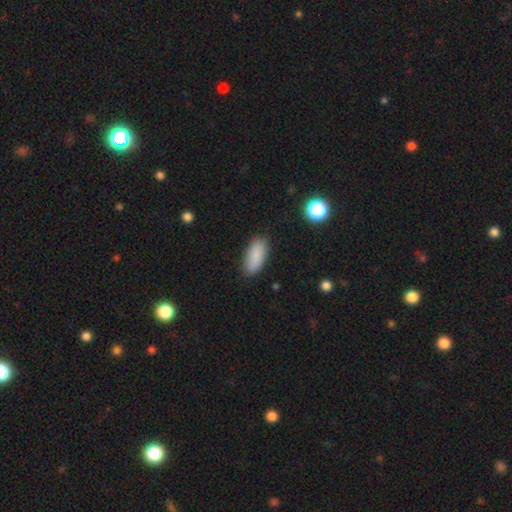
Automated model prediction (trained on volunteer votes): smooth_or_featured: smooth (p=0.88) [alt: star or artifact p=0.07]
how_rounded: in between (p=0.85) [alt: cigar-shaped p=0.12]
merging: none (p=0.85) [alt: minor disturbance p=0.11]